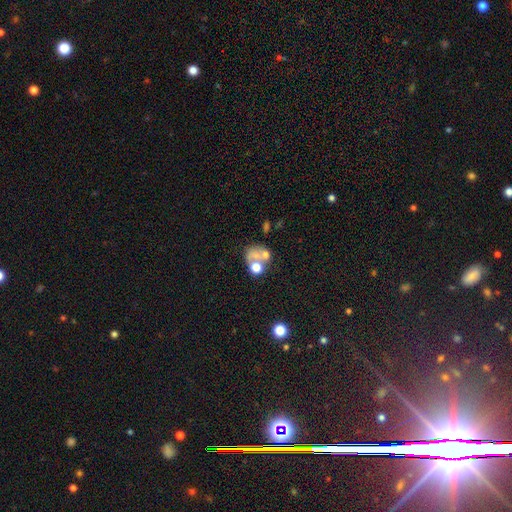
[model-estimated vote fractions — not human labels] A smooth galaxy with no disk features (51%) that is round (57%).

Vote fractions:
- Smooth or featured? smooth: 51% / featured or disk: 33% / star or artifact: 16%
- How rounded? round: 57% / in between: 42% / cigar-shaped: 1%
- Merging? merger: 48% / none: 27% / major disturbance: 14% / minor disturbance: 11%